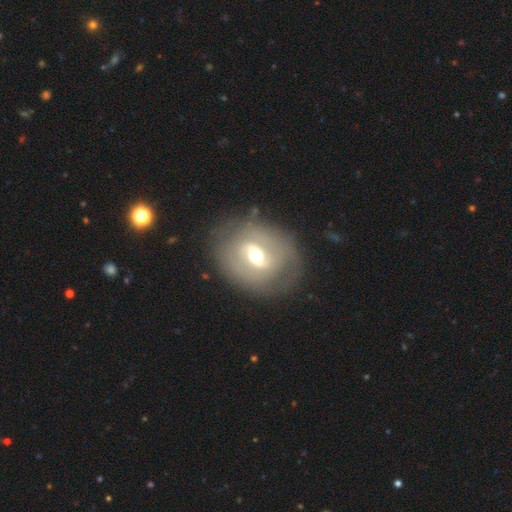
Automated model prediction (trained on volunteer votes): Smooth or featured: featured or disk — 66% (smooth — 26%)
Edge-on disk: no — 94% (yes — 6%)
Bar: weak — 49% (strong — 31%)
Spiral arms: no — 51% (yes — 49%)
Bulge size: moderate — 71% (small — 18%)
Merging: none — 77% (minor disturbance — 15%)